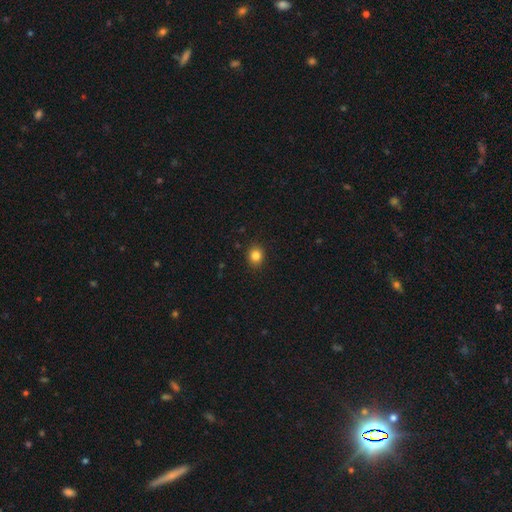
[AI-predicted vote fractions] smooth 84%, star or artifact 11%, featured or disk 5%. Down the decision tree: how rounded — round (71%); merging — none (90%).